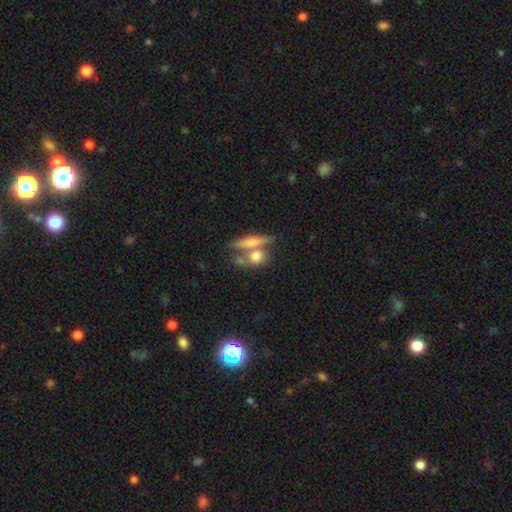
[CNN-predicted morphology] Smooth or featured: smooth — 73% (featured or disk — 19%)
How rounded: round — 46% (in between — 36%)
Merging: none — 43% (merger — 41%)